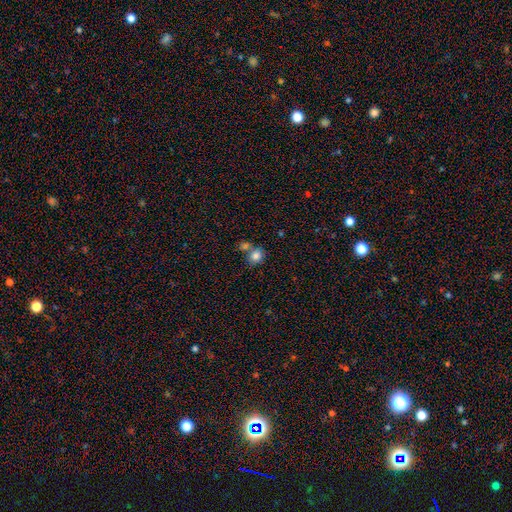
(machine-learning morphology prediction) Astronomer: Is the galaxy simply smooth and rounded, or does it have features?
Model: smooth — 82%.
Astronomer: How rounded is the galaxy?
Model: round — 72%.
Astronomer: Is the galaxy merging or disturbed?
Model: none — 51% (runner-up: merger, 34%).